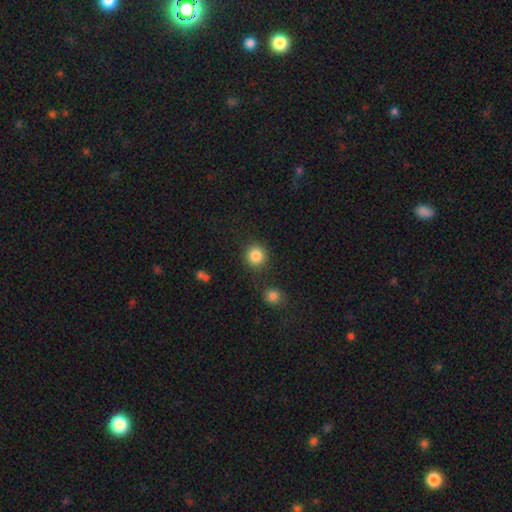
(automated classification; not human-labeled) Smooth or featured? smooth (86%)
How rounded? round (91%)
Merging? none (83%)